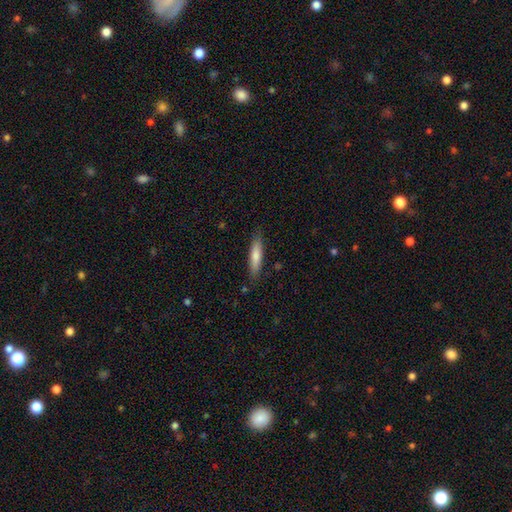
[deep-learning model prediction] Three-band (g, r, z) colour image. It shows a smooth galaxy with no disk features (73%) that is cigar-shaped (81%). Merging: none (85%).